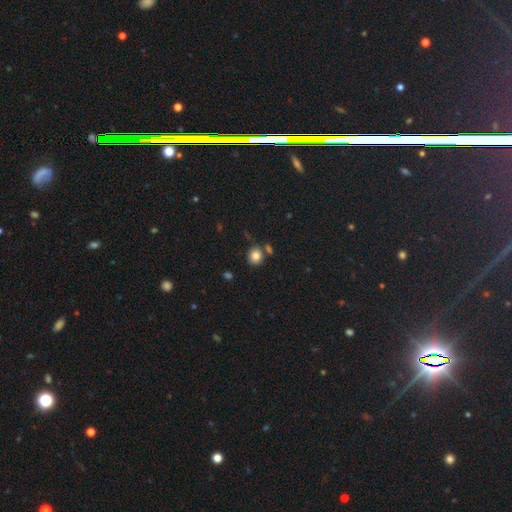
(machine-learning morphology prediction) smooth_or_featured: smooth (p=0.83) [alt: star or artifact p=0.10]
how_rounded: round (p=0.77) [alt: in between p=0.22]
merging: none (p=0.72) [alt: minor disturbance p=0.12]